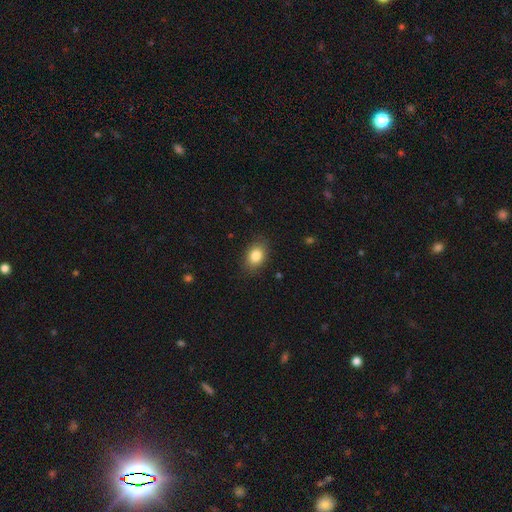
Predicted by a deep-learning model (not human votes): Smooth or featured: smooth — 84% (star or artifact — 8%)
How rounded: in between — 77% (round — 22%)
Merging: none — 84% (minor disturbance — 12%)